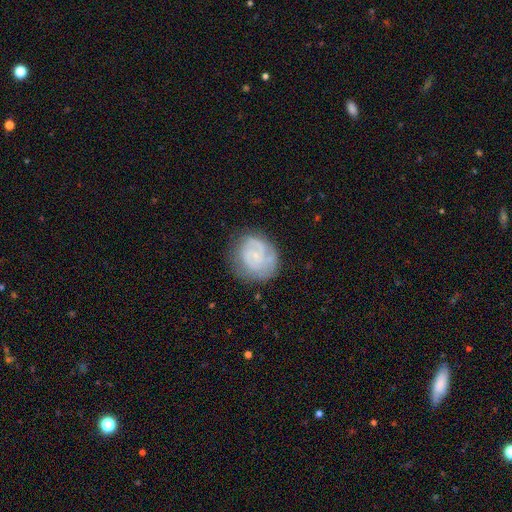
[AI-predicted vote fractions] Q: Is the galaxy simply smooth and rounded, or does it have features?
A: featured or disk — 70%.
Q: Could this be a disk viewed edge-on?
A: no — 98%.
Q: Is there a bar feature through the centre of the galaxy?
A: no — 72%.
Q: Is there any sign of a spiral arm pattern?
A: yes — 89%.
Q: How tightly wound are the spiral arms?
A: tight — 62%.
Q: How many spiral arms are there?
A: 2 — 34%.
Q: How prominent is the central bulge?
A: small — 79%.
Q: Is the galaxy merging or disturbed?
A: none — 71%.